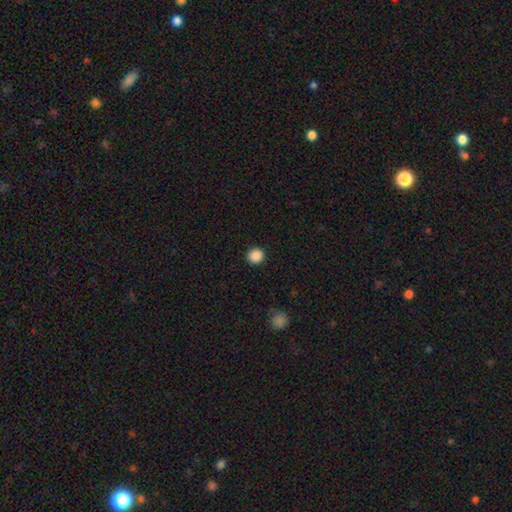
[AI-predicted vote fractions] smooth_or_featured: smooth (p=0.88) [alt: star or artifact p=0.09]
how_rounded: round (p=0.94) [alt: in between p=0.05]
merging: none (p=0.92) [alt: minor disturbance p=0.05]